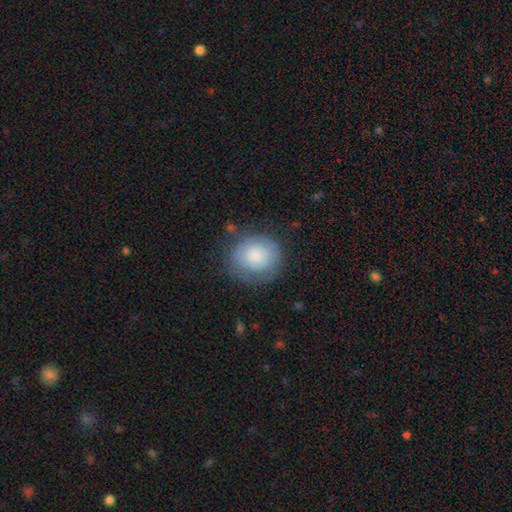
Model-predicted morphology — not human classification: Smooth or featured: smooth — 71% (featured or disk — 21%)
How rounded: round — 79% (in between — 20%)
Merging: none — 67% (minor disturbance — 21%)